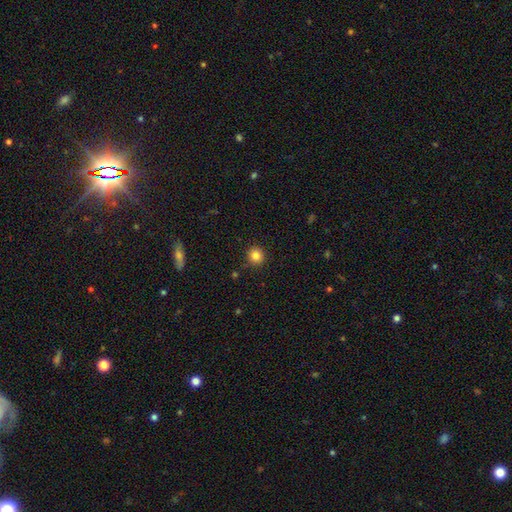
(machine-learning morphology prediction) This is clearly a smooth galaxy (84%). How rounded: clearly round (90%). Merging: clearly none (89%).